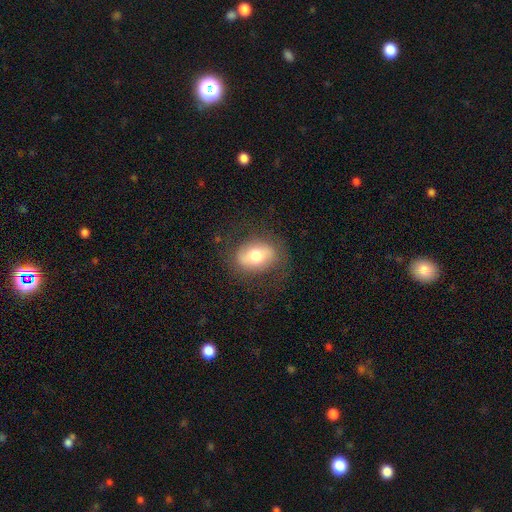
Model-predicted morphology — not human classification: A smooth galaxy with no disk features (59%) that is in between round and cigar-shaped (68%).

Vote fractions:
- Smooth or featured? smooth: 59% / featured or disk: 33% / star or artifact: 8%
- How rounded? in between: 68% / round: 30% / cigar-shaped: 2%
- Merging? none: 76% / minor disturbance: 15% / major disturbance: 8% / merger: 1%